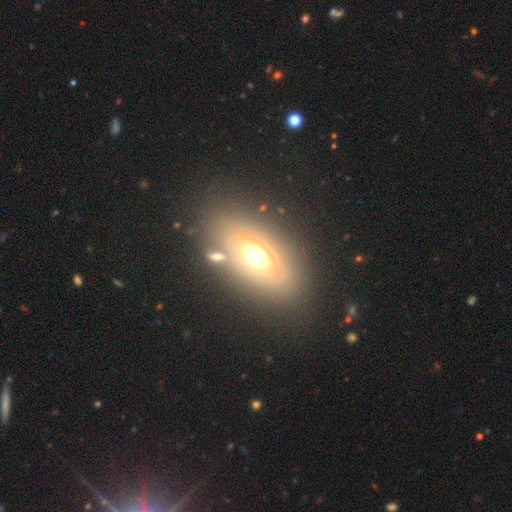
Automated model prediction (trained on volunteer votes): smooth_or_featured: featured or disk (p=0.63) [alt: smooth p=0.29]
disk_edge_on: no (p=0.85) [alt: yes p=0.15]
bar: no (p=0.79) [alt: weak p=0.15]
has_spiral_arms: no (p=0.66) [alt: yes p=0.34]
bulge_size: moderate (p=0.66) [alt: large p=0.24]
merging: none (p=0.77) [alt: minor disturbance p=0.14]